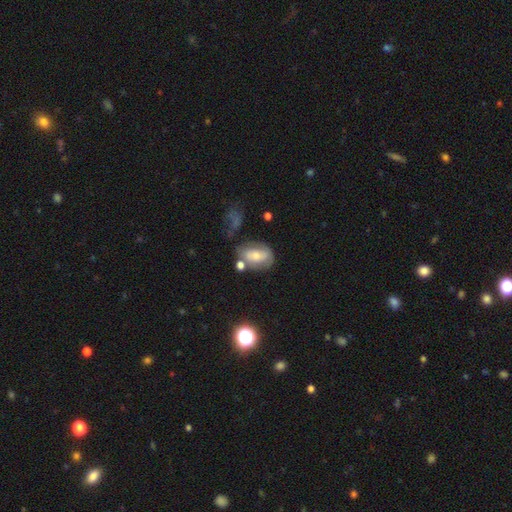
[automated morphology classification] The model was most divided on "smooth or featured": smooth: 54%, featured or disk: 37%, star or artifact: 9%. Remaining: how rounded — in between (76%); merging — none (44%).